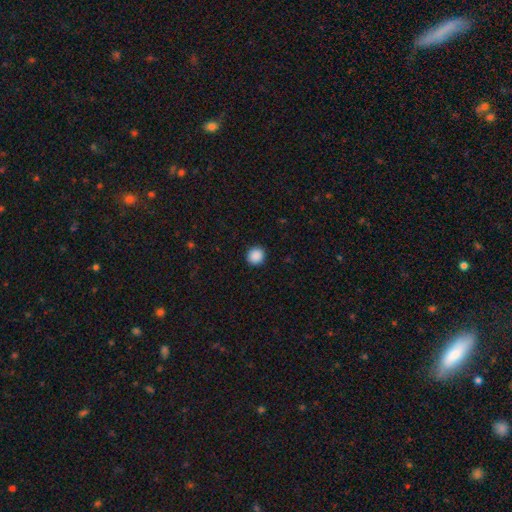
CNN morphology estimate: A smooth galaxy with no disk features (89%) that is round (91%).

Vote fractions:
- Smooth or featured? smooth: 89% / star or artifact: 9% / featured or disk: 2%
- How rounded? round: 91% / in between: 8% / cigar-shaped: 1%
- Merging? none: 92% / minor disturbance: 5% / major disturbance: 2% / merger: 1%